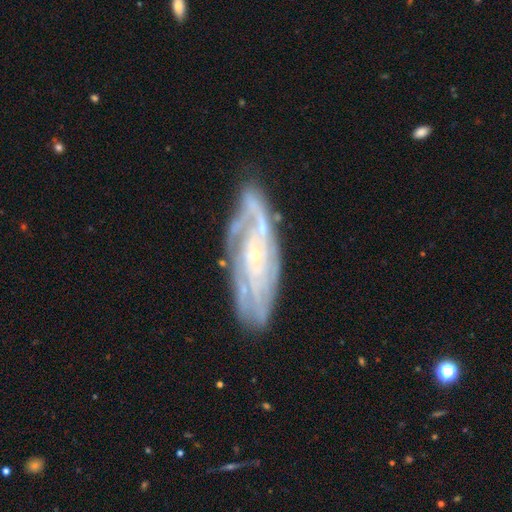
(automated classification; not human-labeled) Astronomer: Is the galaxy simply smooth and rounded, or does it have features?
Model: featured or disk — 84%.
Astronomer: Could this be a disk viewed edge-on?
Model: no — 87%.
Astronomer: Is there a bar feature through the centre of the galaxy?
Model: no — 67%.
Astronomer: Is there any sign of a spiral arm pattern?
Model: yes — 94%.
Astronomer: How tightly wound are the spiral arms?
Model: tight — 64%.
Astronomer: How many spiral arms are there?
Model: can't tell — 36% (runner-up: 2, 22%).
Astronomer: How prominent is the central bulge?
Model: small — 79%.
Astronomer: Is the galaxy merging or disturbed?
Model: none — 75%.